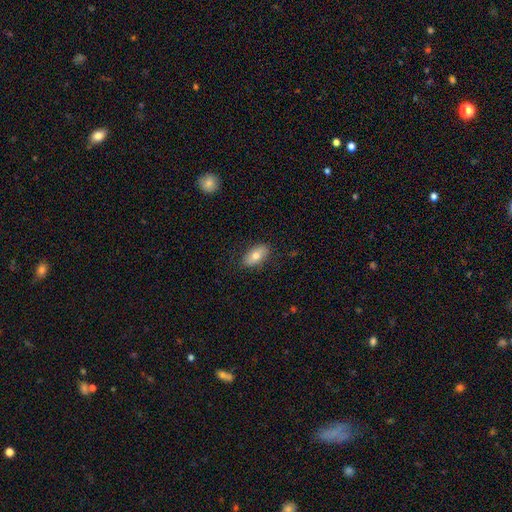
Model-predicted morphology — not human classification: This is likely a smooth galaxy (71%). How rounded: clearly in between (89%). Merging: clearly none (84%).